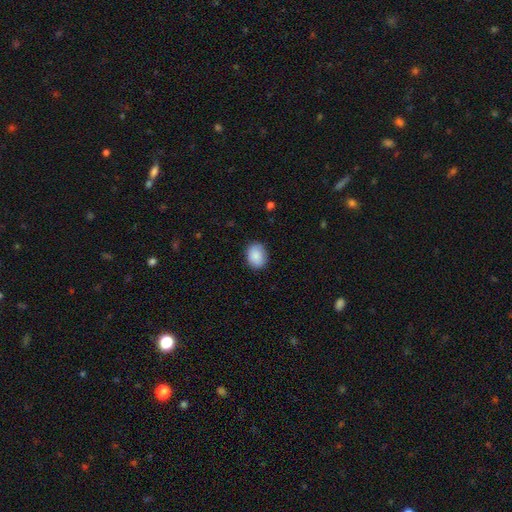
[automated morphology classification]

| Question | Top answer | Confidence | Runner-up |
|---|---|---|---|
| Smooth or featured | smooth | 89% | star or artifact (7%) |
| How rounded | in between | 63% | round (36%) |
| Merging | none | 85% | minor disturbance (11%) |